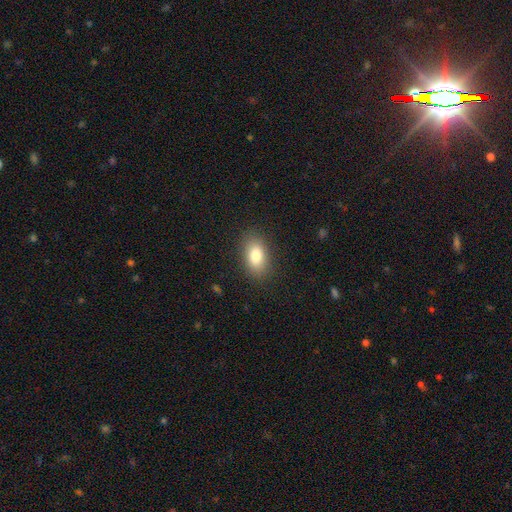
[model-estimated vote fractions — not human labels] Overall: smooth (82%). How rounded: in between (89%). Merging: none (86%).